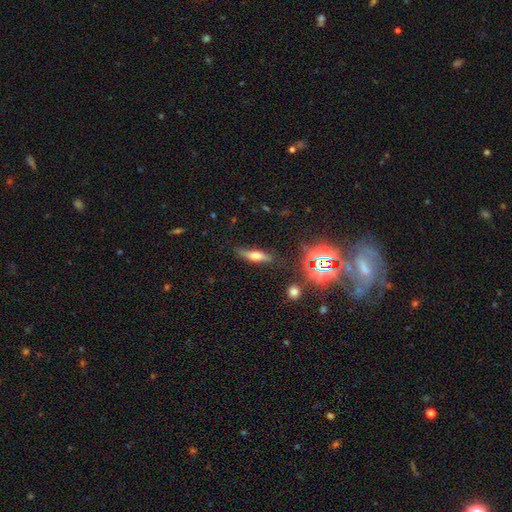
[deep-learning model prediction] The model was most divided on "smooth or featured": smooth: 52%, featured or disk: 34%, star or artifact: 14%. More confident: merging — none (79%); how rounded — cigar-shaped (60%).